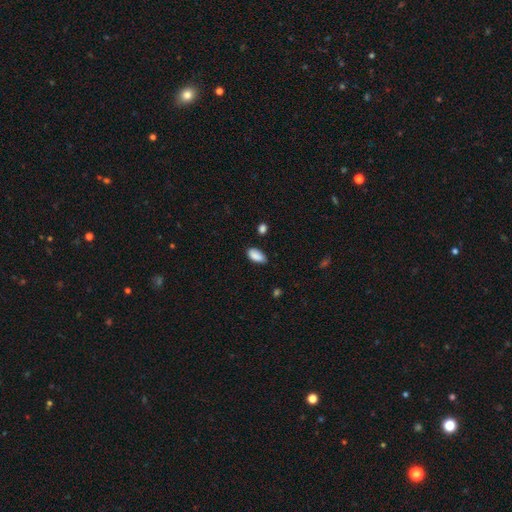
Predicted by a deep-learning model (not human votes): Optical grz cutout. It shows a smooth galaxy with no disk features (88%) that is in between round and cigar-shaped (92%). Merging: none (74%).